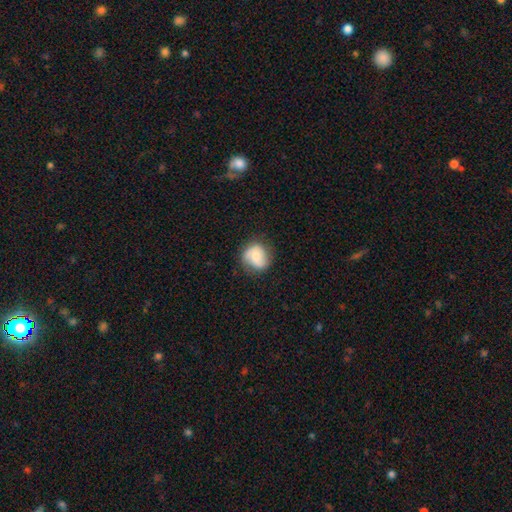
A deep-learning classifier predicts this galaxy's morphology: Overall: smooth (47%; featured or disk 46%). Merging: none (76%).